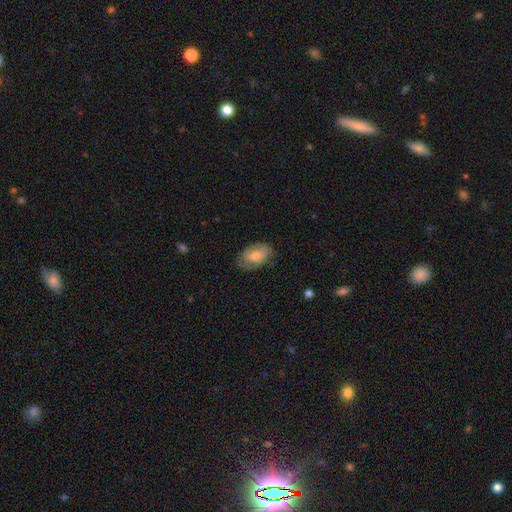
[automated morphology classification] Smooth or featured: featured or disk — 48% (smooth — 46%)
Merging: none — 69% (minor disturbance — 23%)